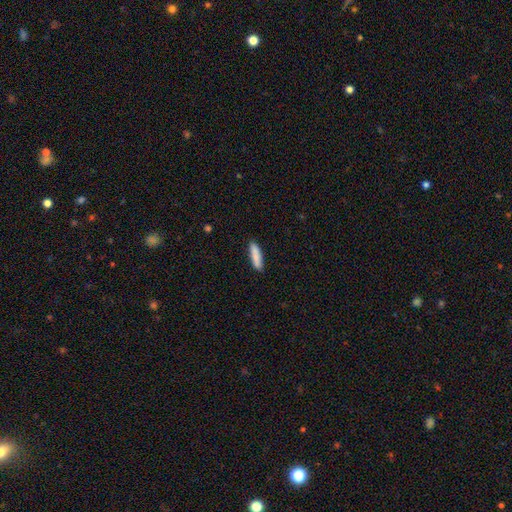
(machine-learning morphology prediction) smooth-or-featured: smooth: 87% | featured or disk: 7% | star or artifact: 6%
  how-rounded: cigar-shaped: 74% | in between: 25% | round: 1%
  merging: none: 87% | minor disturbance: 10% | major disturbance: 2% | merger: 1%